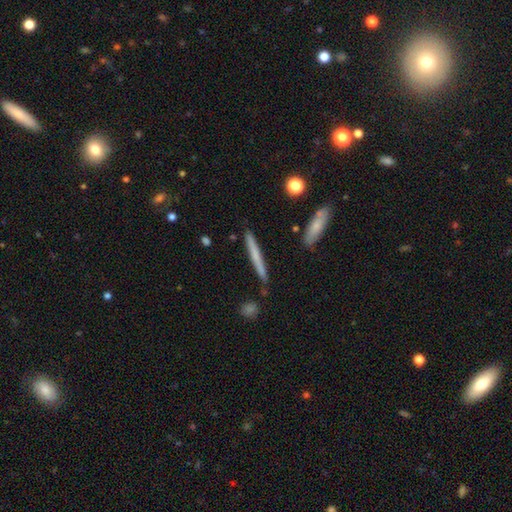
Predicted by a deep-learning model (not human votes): This appears to be a smooth galaxy with no disk features (57%) that is cigar-shaped (96%). Merging: none (87%).